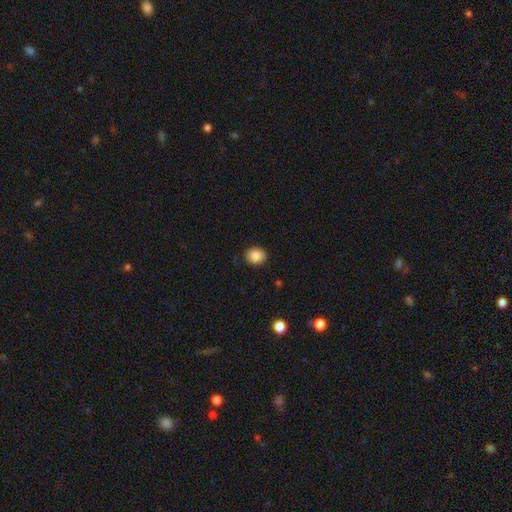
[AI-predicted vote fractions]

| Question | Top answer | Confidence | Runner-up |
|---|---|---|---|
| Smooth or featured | smooth | 85% | star or artifact (9%) |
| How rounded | round | 61% | in between (38%) |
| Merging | none | 88% | minor disturbance (9%) |